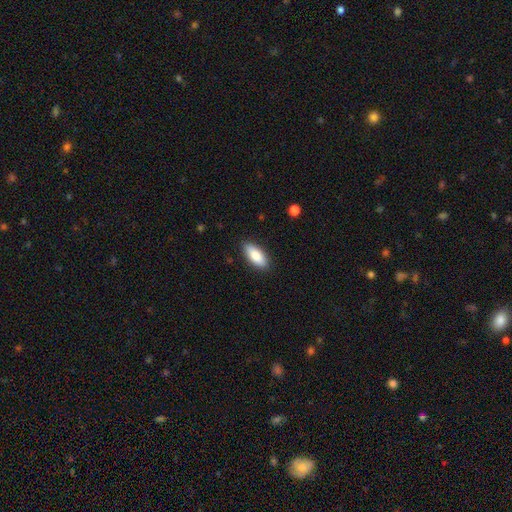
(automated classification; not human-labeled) A smooth galaxy with no disk features (85%) that is in between round and cigar-shaped (83%). Merging: none (88%).